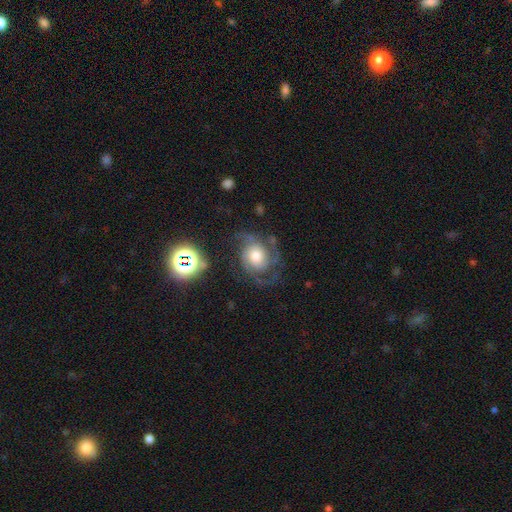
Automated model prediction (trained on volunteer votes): A featured or disk galaxy (81%) with no bar (76%), 2 (44%) medium (46%) spiral arms (96%) and a moderate central bulge (46%).

Vote fractions:
- Smooth or featured? featured or disk: 81% / smooth: 11% / star or artifact: 7%
- Edge-on disk? no: 98% / yes: 2%
- Bar? no: 76% / weak: 20% / strong: 4%
- Spiral arms? yes: 96% / no: 4%
- Spiral winding? medium: 46% / tight: 39% / loose: 15%
- Spiral arm count? 2: 44% / 3: 26% / can't tell: 15% / 4: 6% / 1: 6% / more than 4: 5%
- Bulge size? moderate: 46% / large: 33% / small: 14% / dominant: 4% / none: 3%
- Merging? none: 62% / minor disturbance: 19% / major disturbance: 17% / merger: 2%